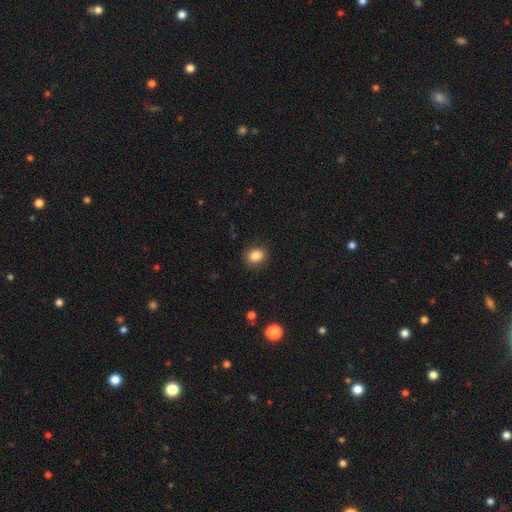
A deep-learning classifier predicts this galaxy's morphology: Overall: smooth (85%). How rounded: round (54%; in between 45%). Merging: none (86%).